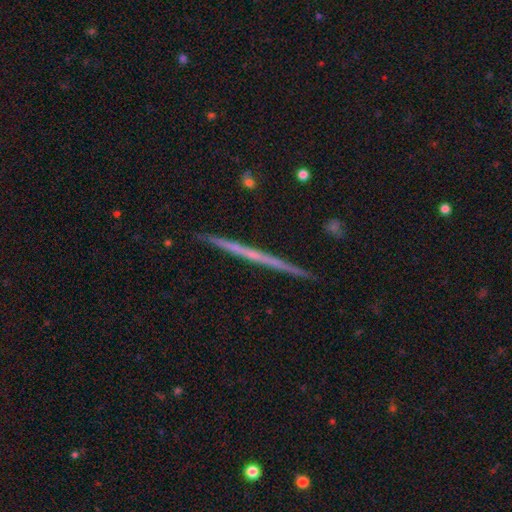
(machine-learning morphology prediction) Overall: featured or disk (67%; smooth 27%). Edge-on disk: yes (98%). Edge-on bulge: none (85%). Merging: none (91%).